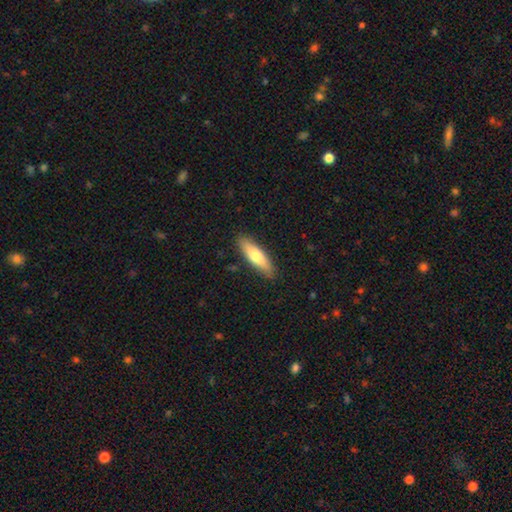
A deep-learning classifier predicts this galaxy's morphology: The model was most divided on "how rounded": cigar-shaped: 61%, in between: 38%, round: 2%. More confident: merging — none (88%); smooth or featured — smooth (68%).